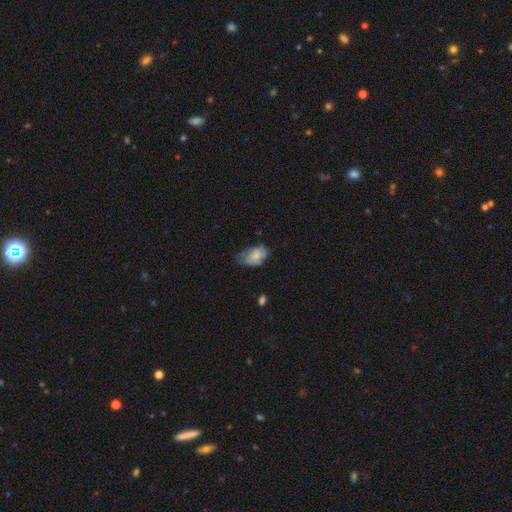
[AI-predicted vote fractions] Smooth or featured?
  - smooth: 66% *
  - featured or disk: 27%
  - star or artifact: 7%
How rounded?
  - in between: 89% *
  - round: 9%
  - cigar-shaped: 2%
Merging?
  - none: 48% *
  - minor disturbance: 38%
  - major disturbance: 12%
  - merger: 2%